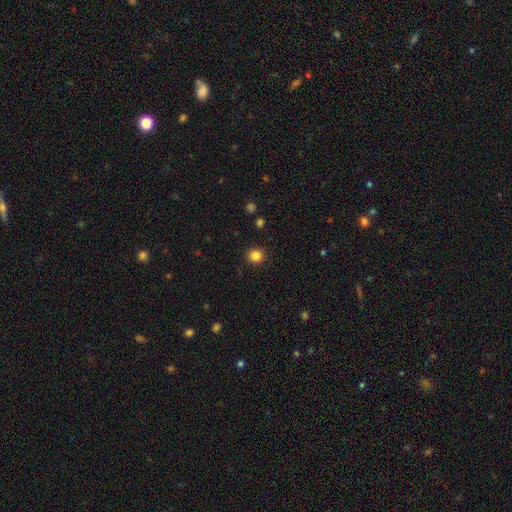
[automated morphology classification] This is clearly a smooth galaxy (84%). How rounded: clearly round (90%). Merging: clearly none (91%).